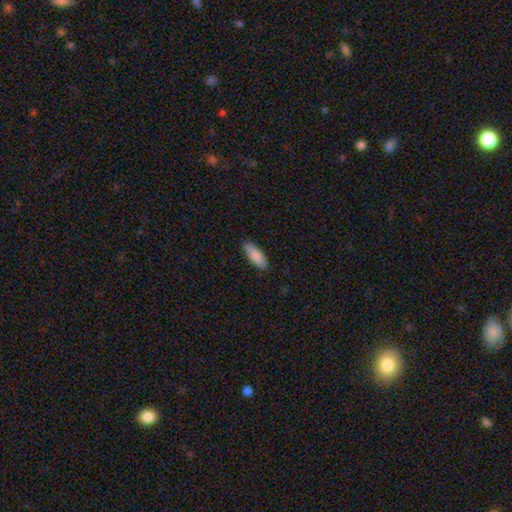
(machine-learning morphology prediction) A smooth galaxy with no disk features (88%) that is in between round and cigar-shaped (67%).

Vote fractions:
- Smooth or featured? smooth: 88% / featured or disk: 7% / star or artifact: 6%
- How rounded? in between: 67% / cigar-shaped: 31% / round: 2%
- Merging? none: 87% / minor disturbance: 10% / major disturbance: 2% / merger: 1%